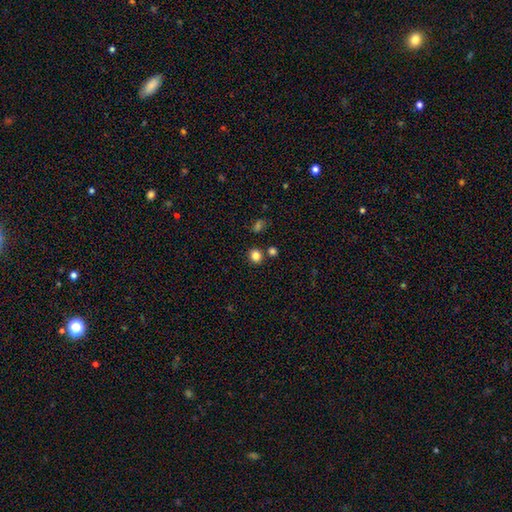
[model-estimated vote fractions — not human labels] smooth 83%, star or artifact 12%, featured or disk 5%. Down the decision tree: how rounded — round (81%); merging — none (82%).